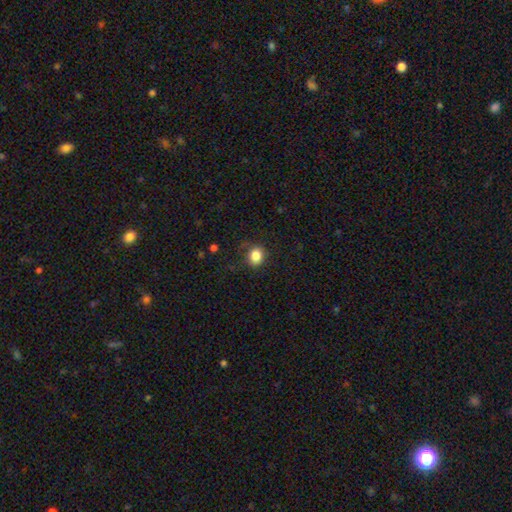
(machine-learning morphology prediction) Smooth or featured? smooth (84%)
How rounded? round (64%)
Merging? none (80%)